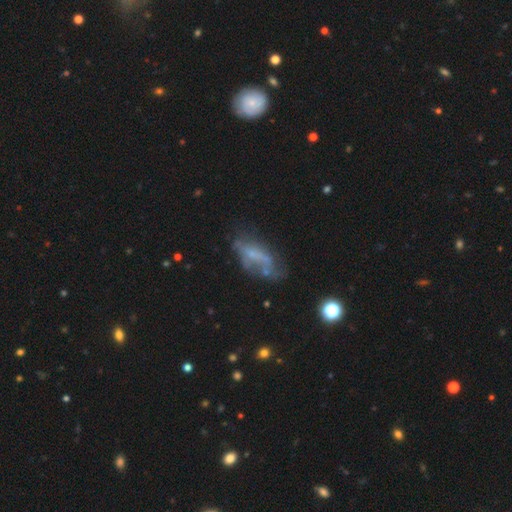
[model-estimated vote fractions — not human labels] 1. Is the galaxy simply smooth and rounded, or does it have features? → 52% featured or disk, 35% smooth, 14% star or artifact.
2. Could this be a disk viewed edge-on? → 86% no, 14% yes.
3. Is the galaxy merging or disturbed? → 36% none, 29% major disturbance, 26% minor disturbance, 9% merger.